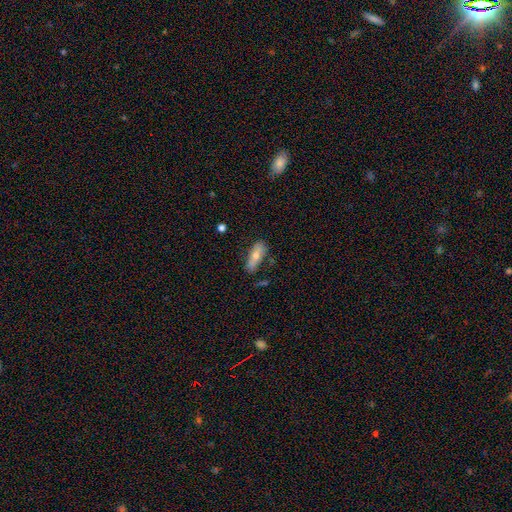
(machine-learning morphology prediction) smooth 63%, featured or disk 30%, star or artifact 7%. Down the decision tree: how rounded — in between (61%); merging — none (71%).